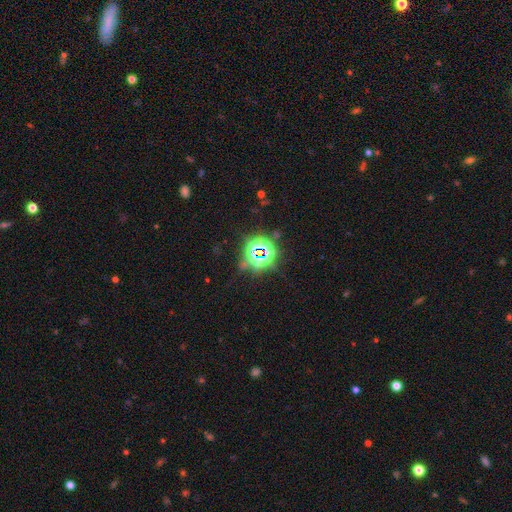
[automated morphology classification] This appears to be a star or artifact, not a galaxy (80%).